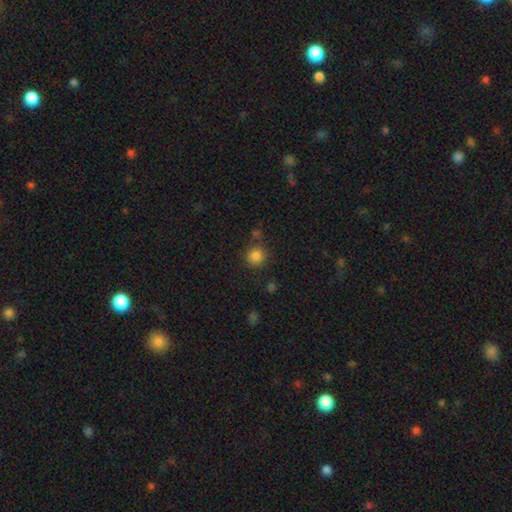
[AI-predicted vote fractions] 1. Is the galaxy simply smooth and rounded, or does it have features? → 84% smooth, 11% star or artifact, 4% featured or disk.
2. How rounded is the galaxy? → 92% round, 7% in between, 1% cigar-shaped.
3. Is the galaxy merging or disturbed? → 79% none, 10% minor disturbance, 7% merger, 4% major disturbance.